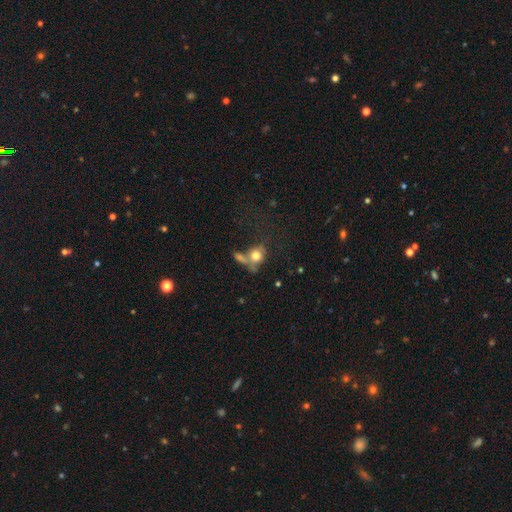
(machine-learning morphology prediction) This is likely a smooth galaxy (70%). How rounded: possibly round (56%). Merging: marginally none (36%).